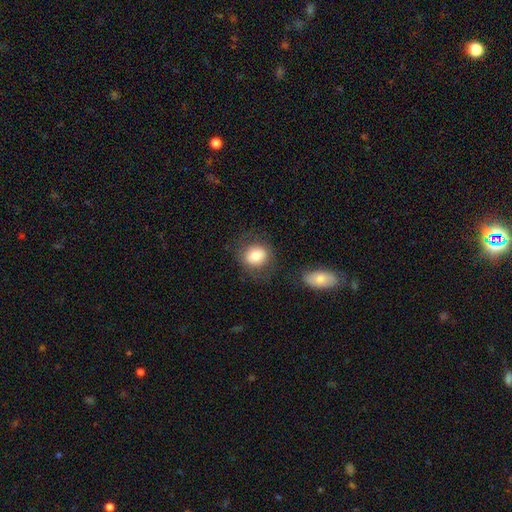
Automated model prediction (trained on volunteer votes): Overall: smooth (77%). How rounded: round (74%). Merging: none (77%).